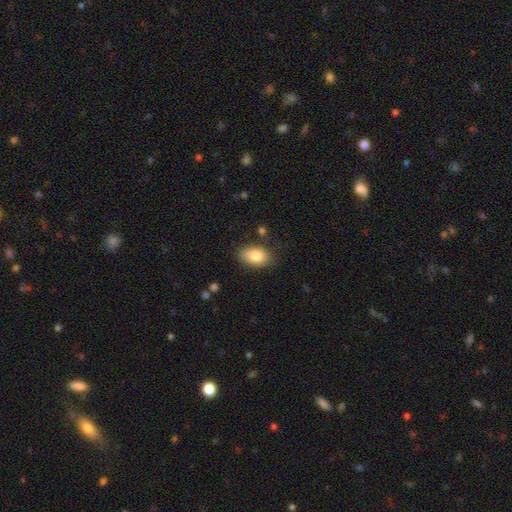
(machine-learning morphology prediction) smooth 84%, featured or disk 9%, star or artifact 7%. Down the decision tree: how rounded — in between (91%); merging — none (79%).